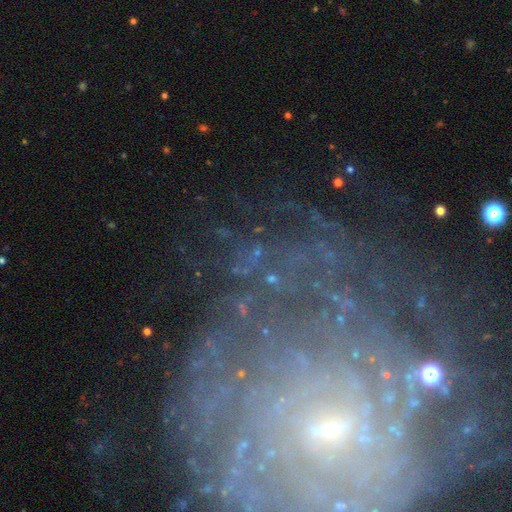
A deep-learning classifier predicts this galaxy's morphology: This is possibly a star or artifact rather than a galaxy (47%).